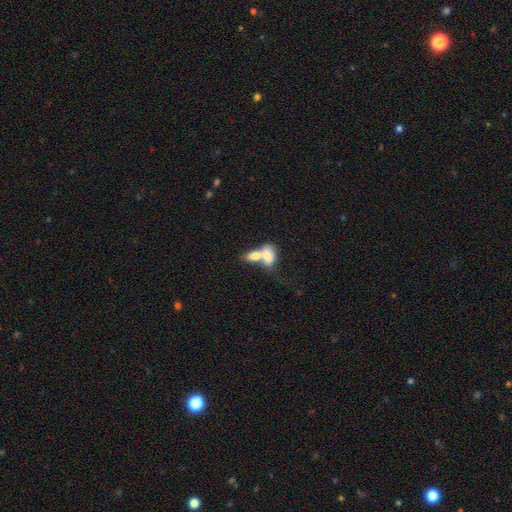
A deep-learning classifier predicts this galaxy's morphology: smooth 75%, featured or disk 19%, star or artifact 7%. Down the decision tree: how rounded — in between (86%); merging — merger (77%).